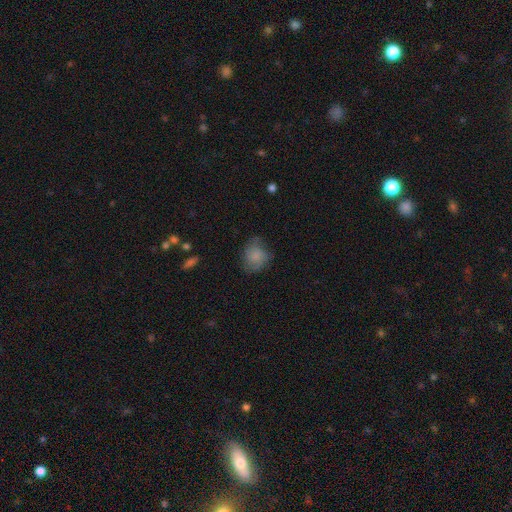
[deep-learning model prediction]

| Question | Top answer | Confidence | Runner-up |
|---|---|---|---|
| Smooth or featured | smooth | 74% | featured or disk (17%) |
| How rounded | round | 62% | in between (37%) |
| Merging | none | 58% | minor disturbance (28%) |